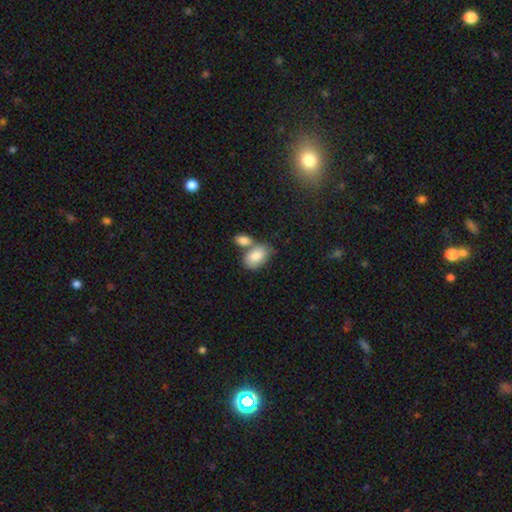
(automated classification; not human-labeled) This appears to be a smooth galaxy with no disk features (83%) that is in between round and cigar-shaped (91%). Merging: merger (45%).